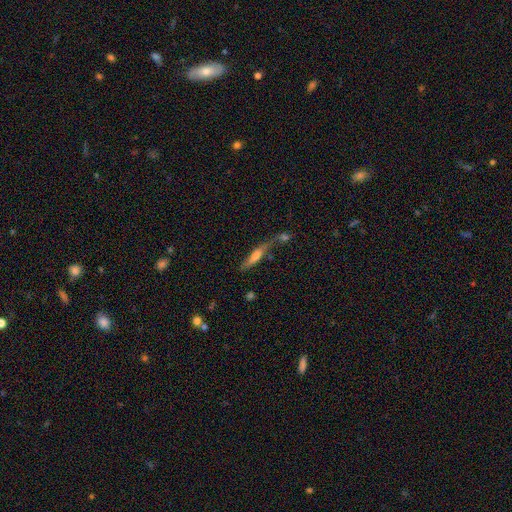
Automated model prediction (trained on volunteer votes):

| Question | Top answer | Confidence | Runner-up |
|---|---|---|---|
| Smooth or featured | smooth | 54% | featured or disk (37%) |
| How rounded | cigar-shaped | 77% | in between (20%) |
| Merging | merger | 35% | none (34%) |